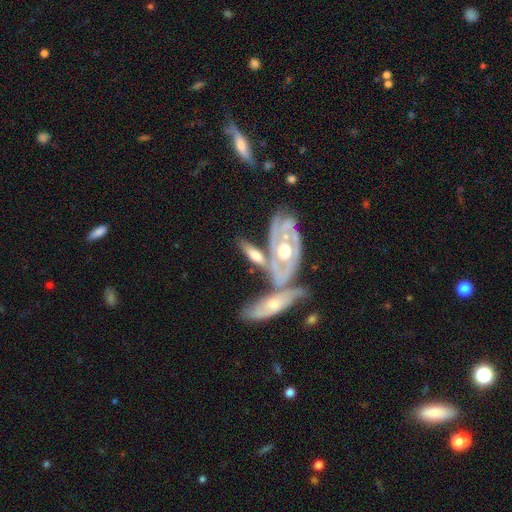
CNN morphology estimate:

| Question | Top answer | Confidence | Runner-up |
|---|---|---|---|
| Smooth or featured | featured or disk | 64% | smooth (31%) |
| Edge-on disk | no | 64% | yes (36%) |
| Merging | merger | 40% | none (36%) |